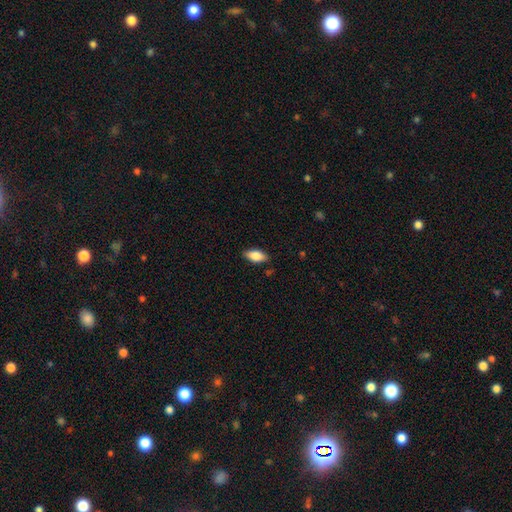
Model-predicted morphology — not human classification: This appears to be a smooth galaxy with no disk features (79%) that is in between round and cigar-shaped (88%). Merging: none (85%).